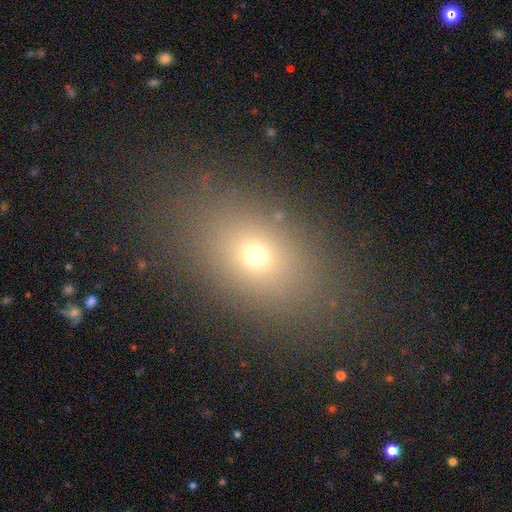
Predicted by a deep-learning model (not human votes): Q: Smooth or featured?
A: smooth (66%); runner-up: star or artifact (21%)
Q: How rounded?
A: in between (73%); runner-up: round (25%)
Q: Merging?
A: none (84%); runner-up: minor disturbance (9%)